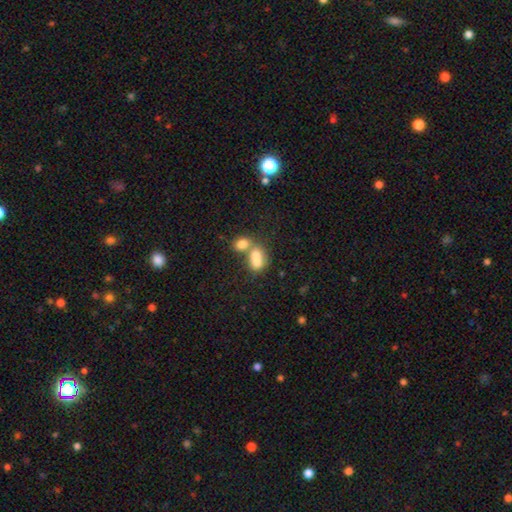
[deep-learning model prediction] smooth-or-featured: smooth: 72% | featured or disk: 18% | star or artifact: 10%
  how-rounded: in between: 66% | round: 32% | cigar-shaped: 2%
  merging: merger: 70% | none: 20% | minor disturbance: 6% | major disturbance: 4%